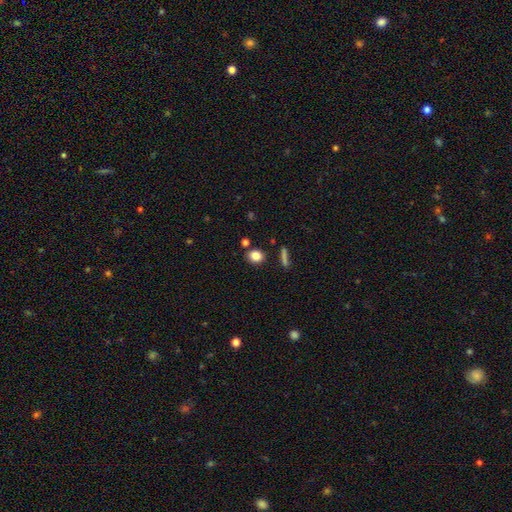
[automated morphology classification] type=smooth (83%); roundness=round (72%); merging=none (83%).